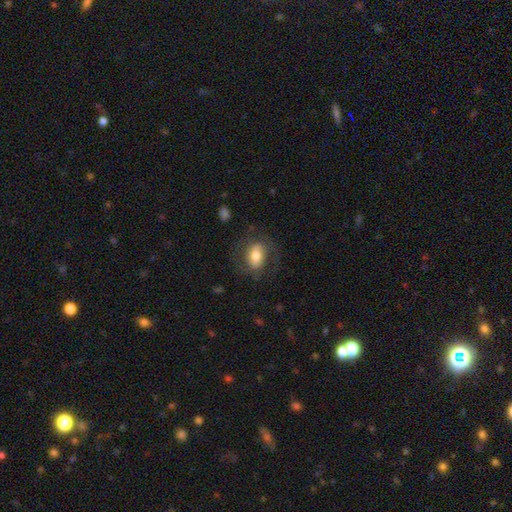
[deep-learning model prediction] smooth_or_featured: smooth (p=0.62) [alt: featured or disk p=0.31]
how_rounded: in between (p=0.78) [alt: round p=0.19]
merging: none (p=0.69) [alt: minor disturbance p=0.17]